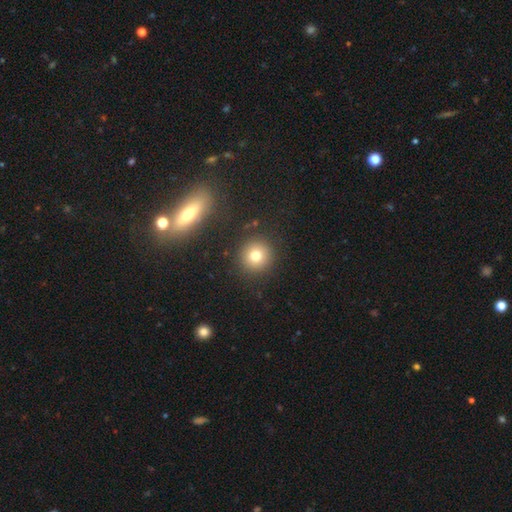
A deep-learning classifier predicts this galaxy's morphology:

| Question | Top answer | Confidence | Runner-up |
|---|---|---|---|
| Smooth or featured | smooth | 75% | star or artifact (14%) |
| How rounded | round | 94% | in between (5%) |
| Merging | none | 89% | minor disturbance (6%) |